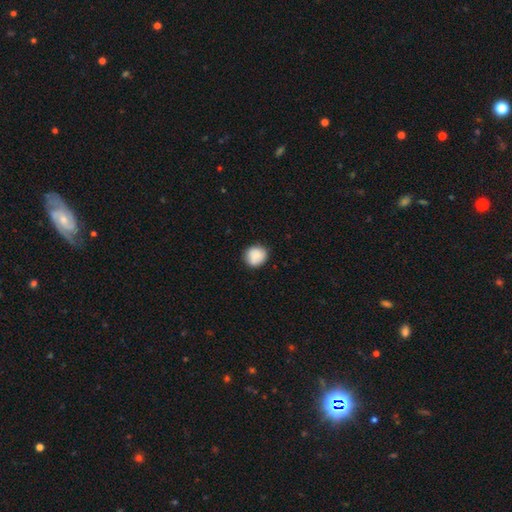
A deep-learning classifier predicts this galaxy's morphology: Smooth or featured: smooth — 86% (star or artifact — 7%)
How rounded: round — 86% (in between — 13%)
Merging: none — 84% (minor disturbance — 13%)